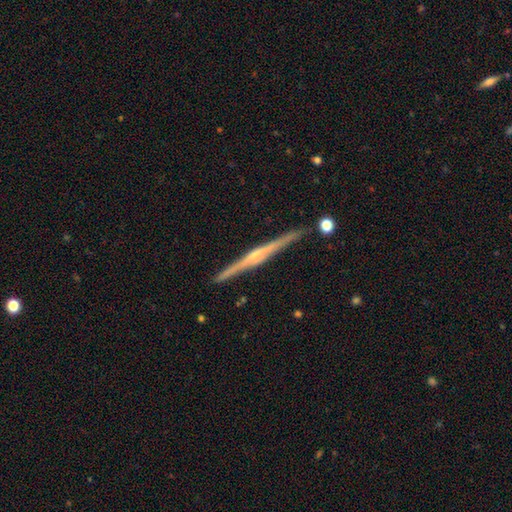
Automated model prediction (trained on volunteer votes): Overall: featured or disk (85%). Edge-on disk: yes (99%). Edge-on bulge: rounded (74%). Merging: none (90%).